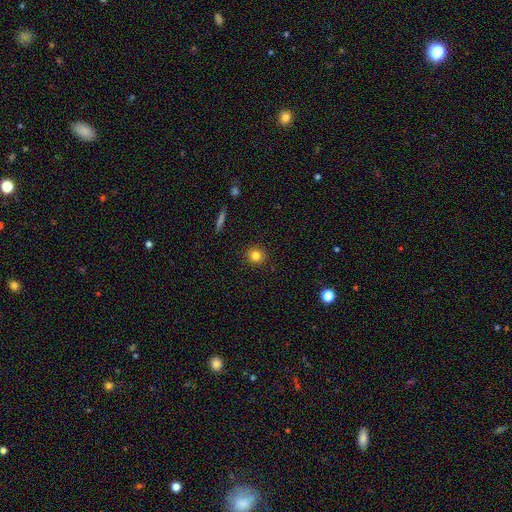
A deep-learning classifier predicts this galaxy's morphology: This is clearly a smooth galaxy (81%). How rounded: clearly round (92%). Merging: clearly none (92%).